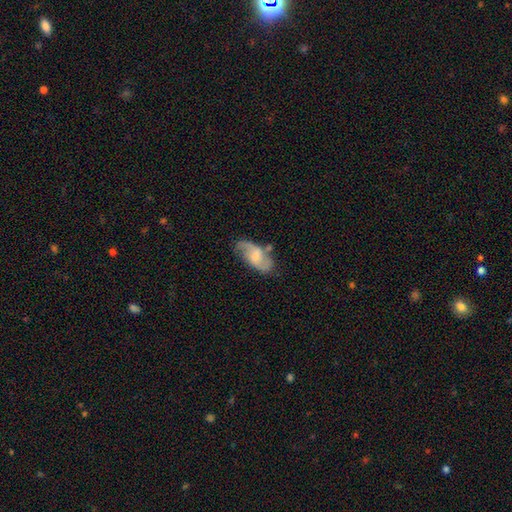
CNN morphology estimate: smooth-or-featured: featured or disk: 69% | smooth: 25% | star or artifact: 6%
  disk-edge-on: no: 95% | yes: 5%
    bar: weak: 52% | no: 33% | strong: 15%
    has-spiral-arms: yes: 89% | no: 11%
      spiral-winding: loose: 53% | medium: 36% | tight: 11%
      spiral-arm-count: 2: 87% | can't tell: 7% | 1: 3% | 3: 1% | 4: 1% | more than 4: 1%
    bulge-size: small: 46% | moderate: 40% | none: 9% | large: 4% | dominant: 1%
  merging: none: 62% | minor disturbance: 22% | major disturbance: 8% | merger: 8%